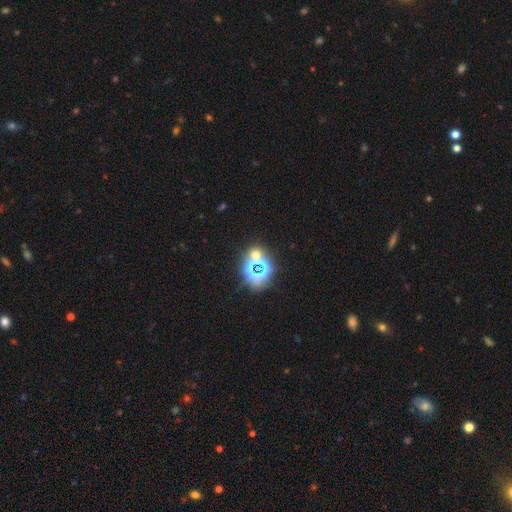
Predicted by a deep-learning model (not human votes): This is possibly a star or artifact rather than a galaxy (60%).